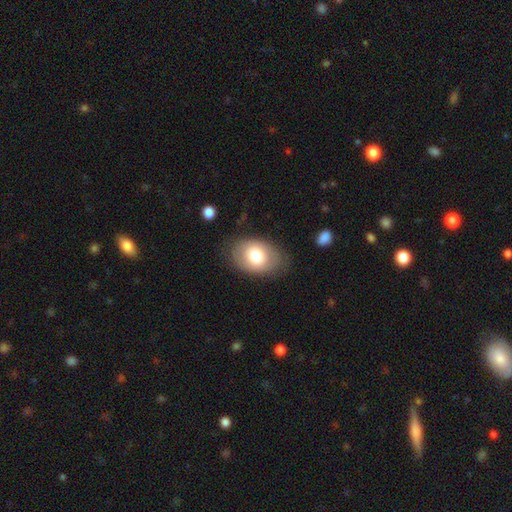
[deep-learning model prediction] smooth 73%, featured or disk 20%, star or artifact 7%. Down the decision tree: how rounded — in between (80%); merging — none (76%).